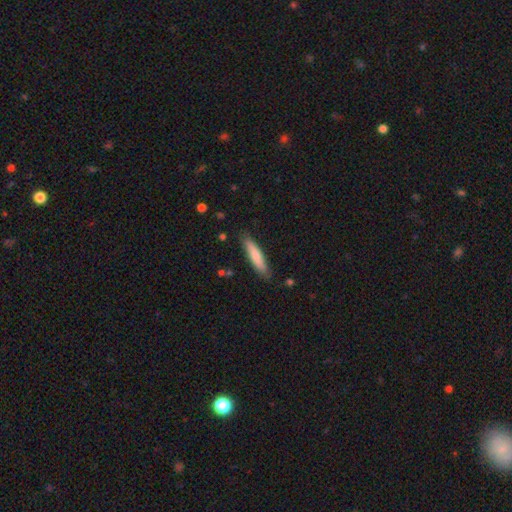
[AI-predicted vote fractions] smooth 76%, featured or disk 19%, star or artifact 5%. Down the decision tree: how rounded — cigar-shaped (85%); merging — none (86%).